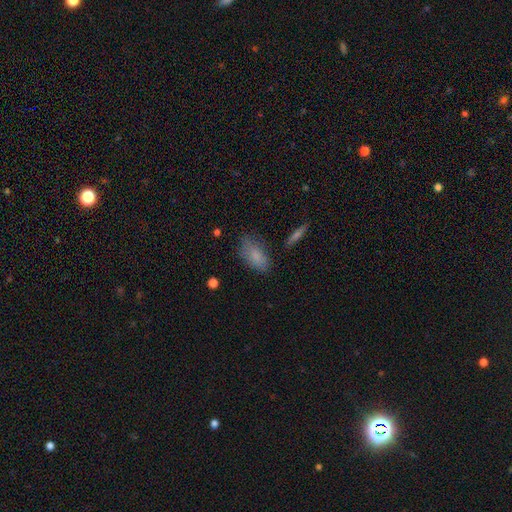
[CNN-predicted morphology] smooth_or_featured: smooth (p=0.80) [alt: featured or disk p=0.11]
how_rounded: in between (p=0.90) [alt: cigar-shaped p=0.05]
merging: none (p=0.66) [alt: minor disturbance p=0.24]